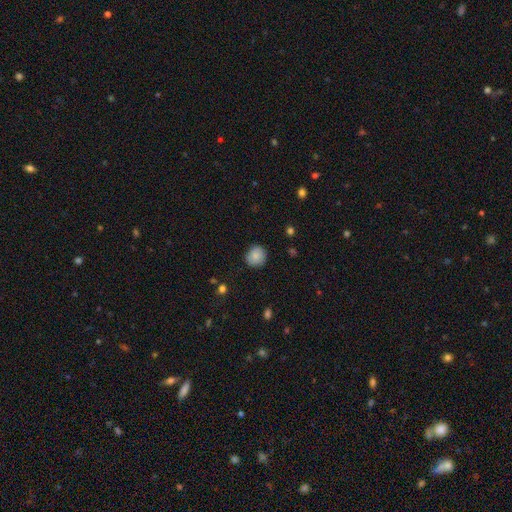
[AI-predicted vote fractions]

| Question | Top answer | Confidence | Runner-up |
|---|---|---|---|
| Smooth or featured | smooth | 84% | featured or disk (8%) |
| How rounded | round | 87% | in between (12%) |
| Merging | none | 85% | minor disturbance (11%) |